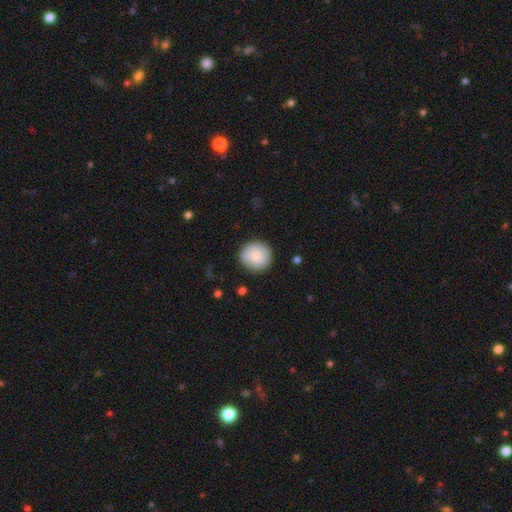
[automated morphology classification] Smooth or featured? smooth (79%)
How rounded? round (94%)
Merging? none (89%)